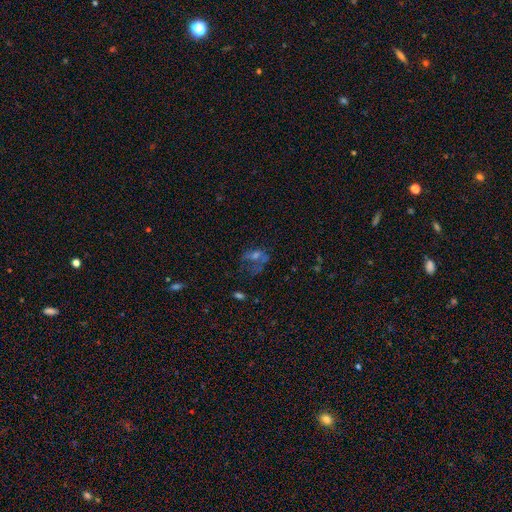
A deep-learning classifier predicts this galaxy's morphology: Smooth or featured? Predicted: featured or disk (p=0.41). Merging? Predicted: major disturbance (p=0.39).